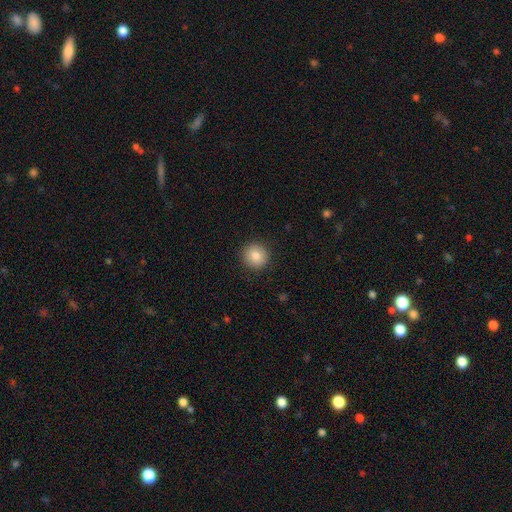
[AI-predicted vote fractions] A smooth galaxy with no disk features (84%) that is round (93%).

Vote fractions:
- Smooth or featured? smooth: 84% / star or artifact: 9% / featured or disk: 7%
- How rounded? round: 93% / in between: 7% / cigar-shaped: 1%
- Merging? none: 91% / minor disturbance: 6% / major disturbance: 2% / merger: 1%